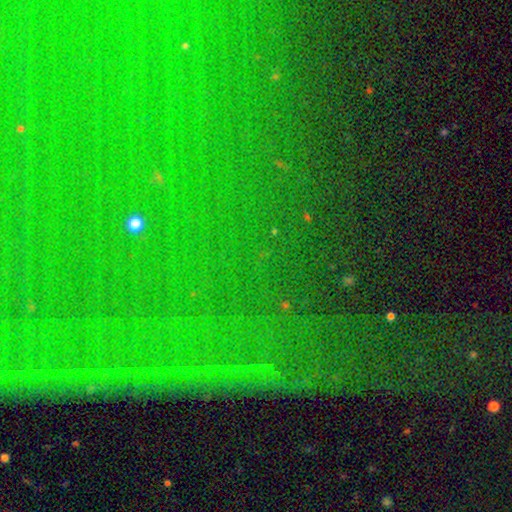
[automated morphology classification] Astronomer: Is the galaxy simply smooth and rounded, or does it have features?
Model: star or artifact — 82%.